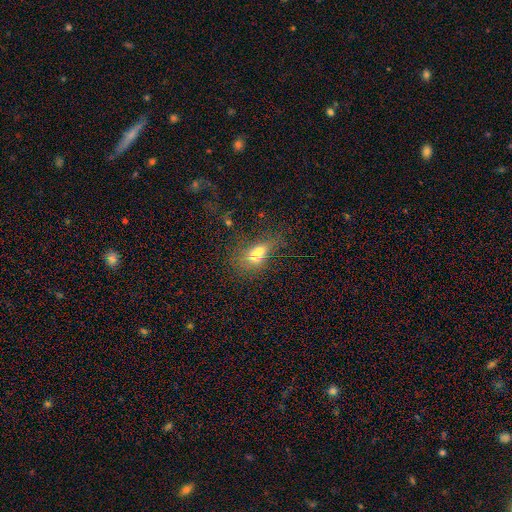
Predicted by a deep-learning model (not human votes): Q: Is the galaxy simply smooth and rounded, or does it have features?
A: smooth — 59%.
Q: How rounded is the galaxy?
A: in between — 54%.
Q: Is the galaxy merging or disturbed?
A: merger — 63%.